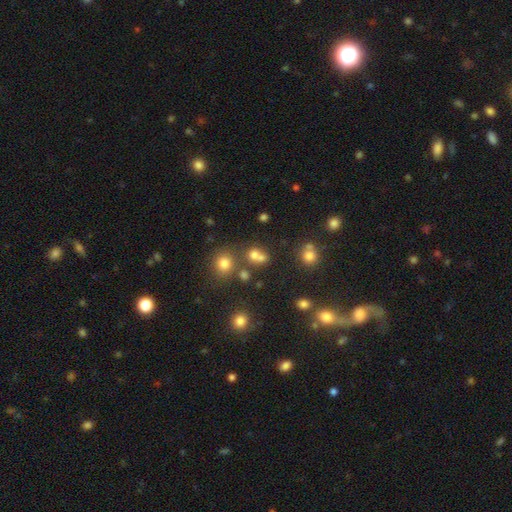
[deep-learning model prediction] A smooth galaxy with no disk features (68%) that is round (71%). Merging: none (45%).